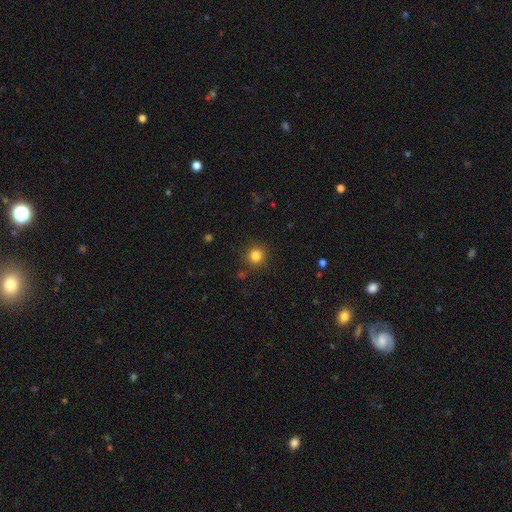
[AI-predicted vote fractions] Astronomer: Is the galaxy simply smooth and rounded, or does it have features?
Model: smooth — 83%.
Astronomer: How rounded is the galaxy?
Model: round — 93%.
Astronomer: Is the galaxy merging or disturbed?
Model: none — 88%.